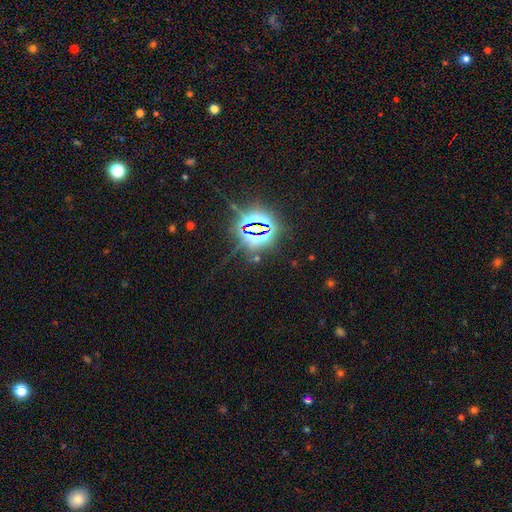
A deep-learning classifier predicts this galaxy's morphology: smooth_or_featured: star or artifact (p=0.83) [alt: smooth p=0.09]